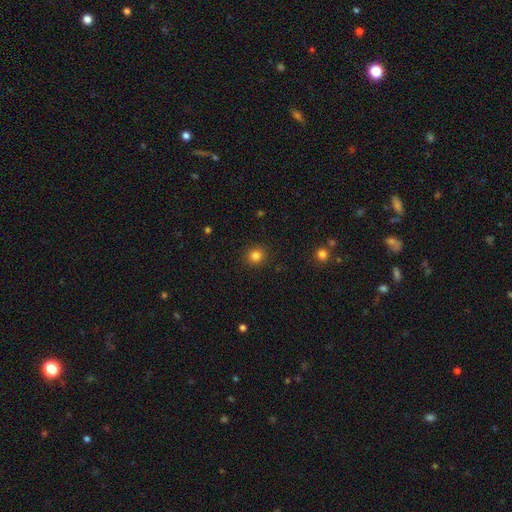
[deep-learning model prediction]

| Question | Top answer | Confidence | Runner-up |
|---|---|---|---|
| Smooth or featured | smooth | 83% | star or artifact (13%) |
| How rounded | round | 87% | in between (12%) |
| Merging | none | 91% | minor disturbance (6%) |